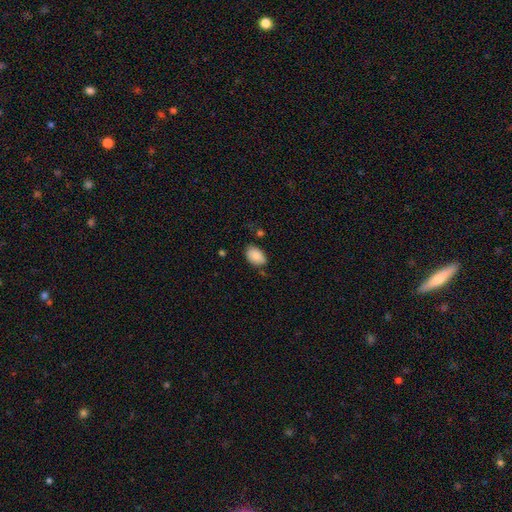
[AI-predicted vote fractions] A smooth galaxy with no disk features (87%) that is in between round and cigar-shaped (90%). Merging: none (74%).